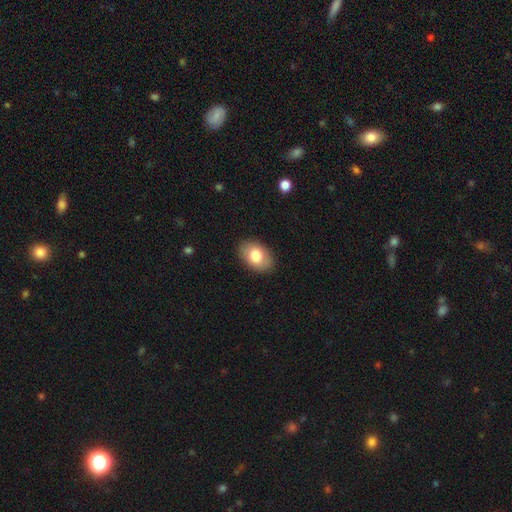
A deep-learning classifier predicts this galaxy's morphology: This is likely a smooth galaxy (79%). How rounded: clearly in between (87%). Merging: clearly none (87%).